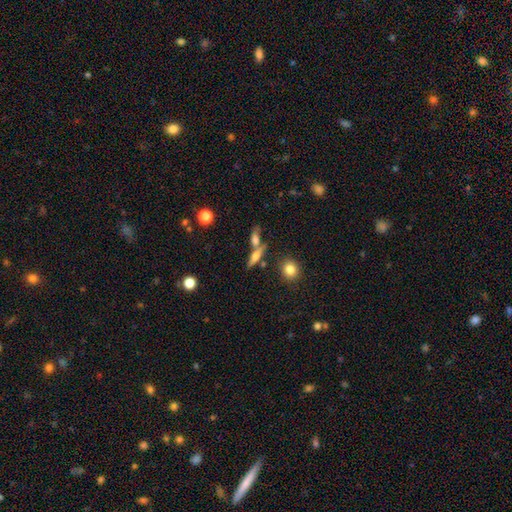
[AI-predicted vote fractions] Smooth or featured? Predicted: smooth (p=0.51). How rounded? Predicted: cigar-shaped (p=0.61). Merging? Predicted: none (p=0.58).